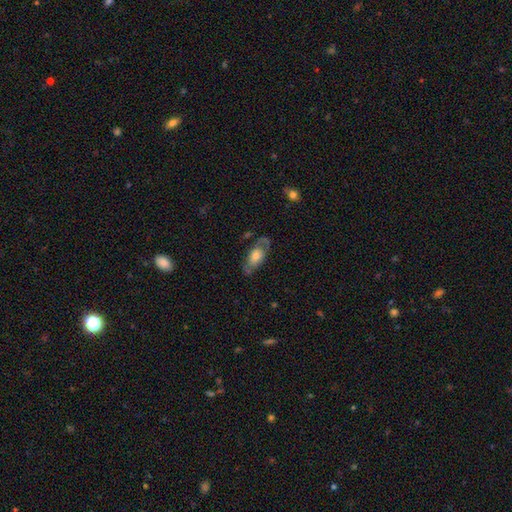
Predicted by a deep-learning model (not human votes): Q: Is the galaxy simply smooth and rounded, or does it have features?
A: featured or disk — 48%.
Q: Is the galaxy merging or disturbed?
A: none — 60%.